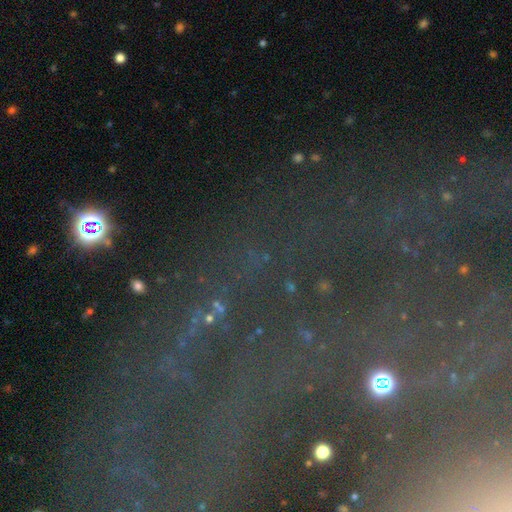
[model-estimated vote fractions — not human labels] A star or artifact, not a galaxy (68%).

Vote fractions:
- Smooth or featured? star or artifact: 68% / featured or disk: 17% / smooth: 15%